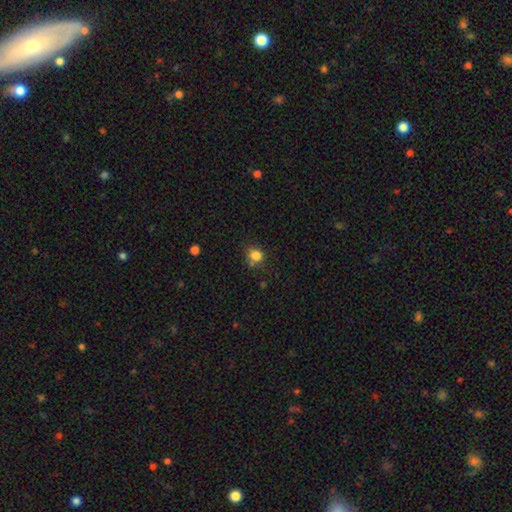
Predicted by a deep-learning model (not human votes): A smooth galaxy with no disk features (82%) that is round (74%). Merging: none (68%).